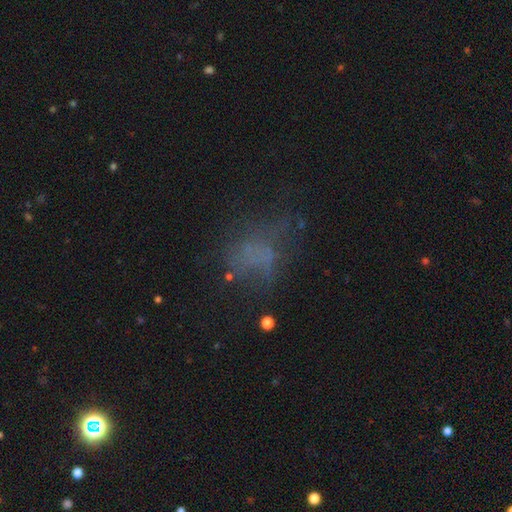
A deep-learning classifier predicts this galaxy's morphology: A smooth galaxy with no disk features (38%). Merging: none (46%).